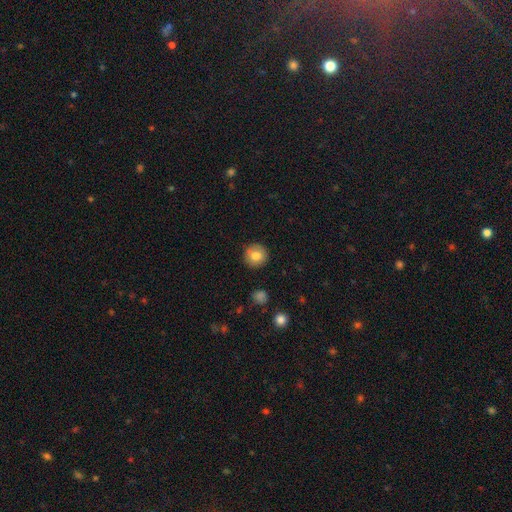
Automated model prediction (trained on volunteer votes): A smooth galaxy with no disk features (81%) that is round (93%).

Vote fractions:
- Smooth or featured? smooth: 81% / featured or disk: 11% / star or artifact: 8%
- How rounded? round: 93% / in between: 6% / cigar-shaped: 1%
- Merging? none: 90% / minor disturbance: 7% / major disturbance: 2% / merger: 1%